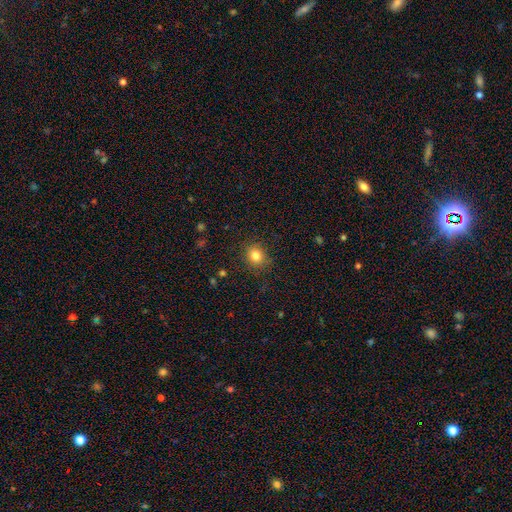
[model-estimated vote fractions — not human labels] Smooth or featured? smooth (83%)
How rounded? round (70%)
Merging? none (85%)